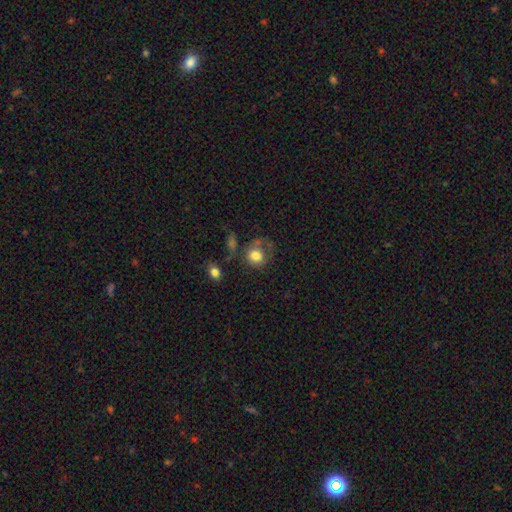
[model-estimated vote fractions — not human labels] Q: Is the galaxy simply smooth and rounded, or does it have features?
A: smooth — 74%.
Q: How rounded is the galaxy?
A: round — 72%.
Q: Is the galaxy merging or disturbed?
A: none — 41%.